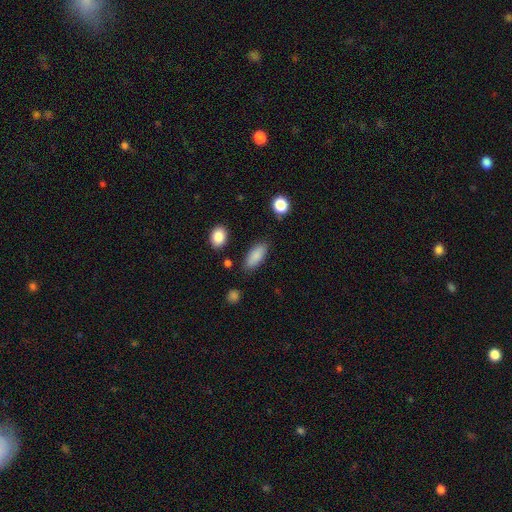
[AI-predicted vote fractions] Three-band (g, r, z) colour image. It shows a smooth galaxy with no disk features (87%) that is in between round and cigar-shaped (82%). Merging: none (84%).